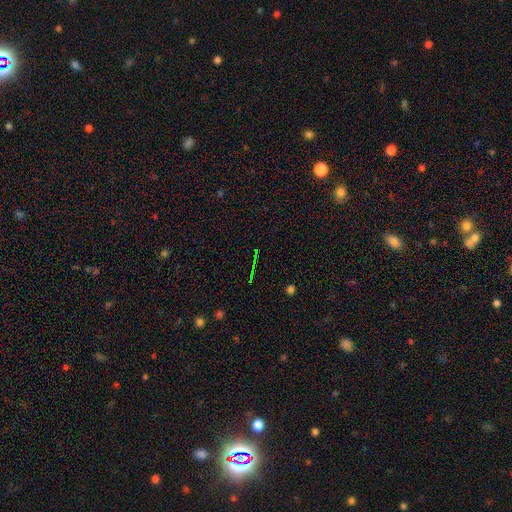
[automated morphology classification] Q: Smooth or featured?
A: star or artifact (73%); runner-up: smooth (15%)